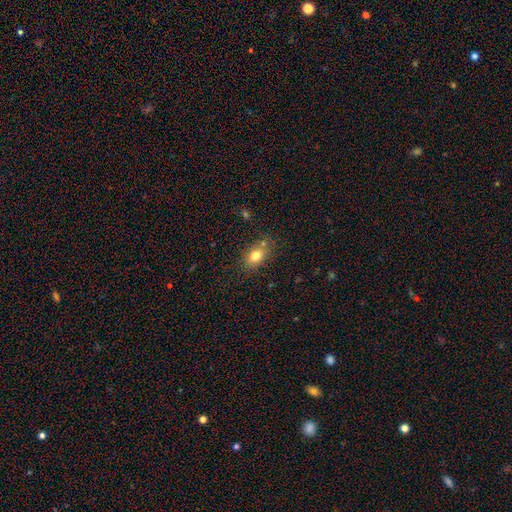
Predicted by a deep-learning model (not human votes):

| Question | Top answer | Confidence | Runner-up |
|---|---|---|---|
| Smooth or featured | smooth | 78% | featured or disk (11%) |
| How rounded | in between | 73% | round (25%) |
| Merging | none | 73% | minor disturbance (15%) |